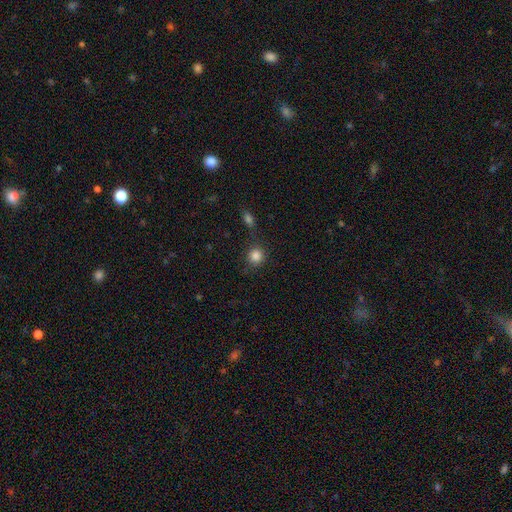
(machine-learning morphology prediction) type=smooth (85%); roundness=round (89%); merging=none (79%).